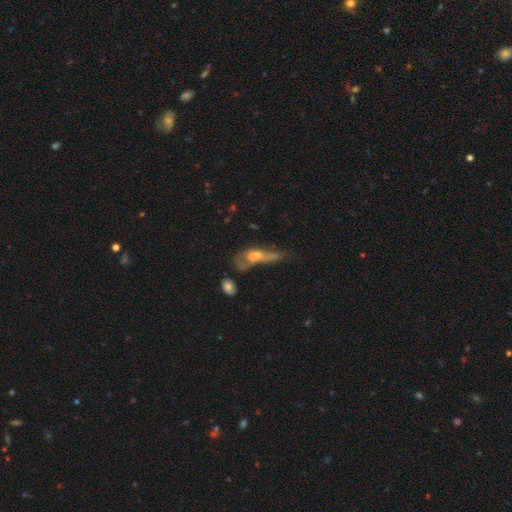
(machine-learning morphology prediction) Smooth or featured?
  - smooth: 44% *
  - featured or disk: 43%
  - star or artifact: 13%
Merging?
  - major disturbance: 38% *
  - none: 24%
  - minor disturbance: 20%
  - merger: 18%